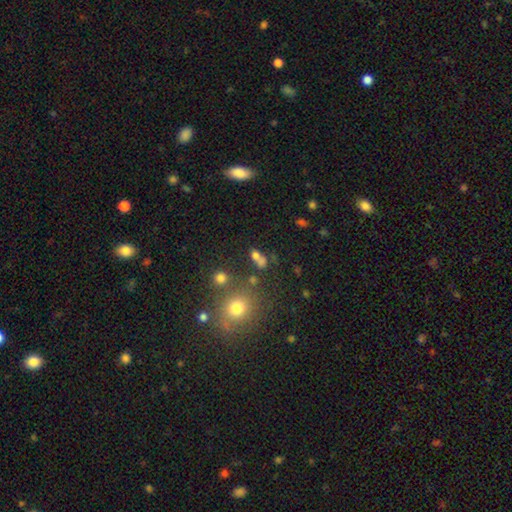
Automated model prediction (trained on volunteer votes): Smooth or featured: smooth — 67% (star or artifact — 19%)
How rounded: in between — 61% (round — 35%)
Merging: none — 43% (merger — 37%)